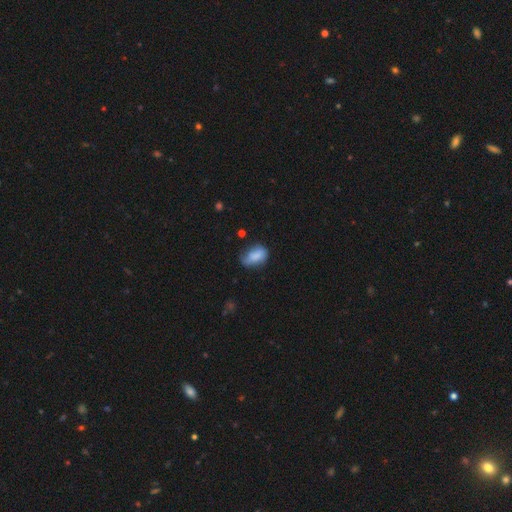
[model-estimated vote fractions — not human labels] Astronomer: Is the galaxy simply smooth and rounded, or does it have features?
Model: smooth — 78%.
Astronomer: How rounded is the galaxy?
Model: in between — 88%.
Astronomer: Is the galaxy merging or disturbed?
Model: none — 41% (runner-up: minor disturbance, 39%).